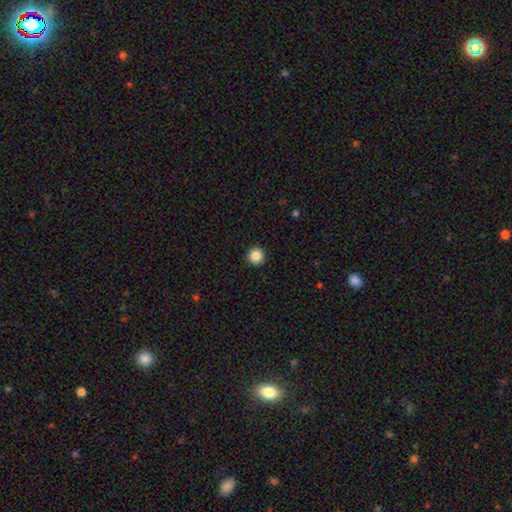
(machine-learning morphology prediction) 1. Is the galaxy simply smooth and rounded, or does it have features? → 87% smooth, 10% star or artifact, 4% featured or disk.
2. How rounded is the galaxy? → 96% round, 3% in between, 1% cigar-shaped.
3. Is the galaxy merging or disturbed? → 93% none, 5% minor disturbance, 2% major disturbance, 1% merger.